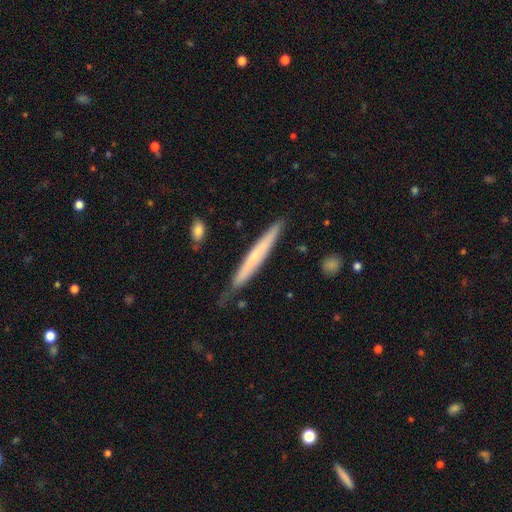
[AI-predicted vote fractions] The model was most divided on "smooth or featured": featured or disk: 48%, smooth: 46%, star or artifact: 6%. More confident: merging — none (78%).